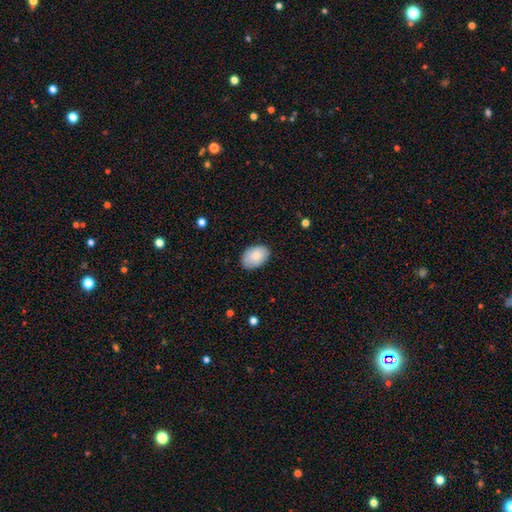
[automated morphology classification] Q: Smooth or featured?
A: smooth (83%); runner-up: featured or disk (11%)
Q: How rounded?
A: in between (89%); runner-up: round (10%)
Q: Merging?
A: none (83%); runner-up: minor disturbance (13%)